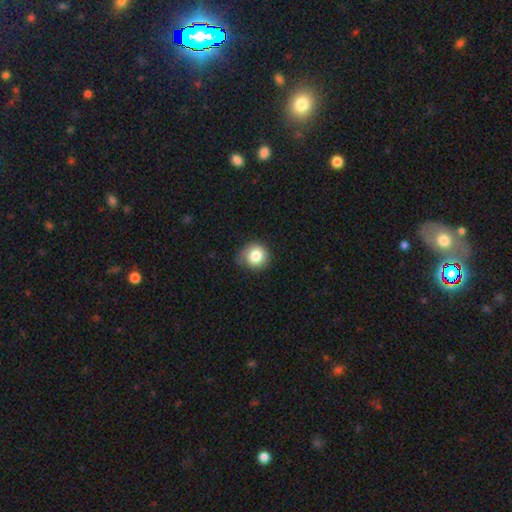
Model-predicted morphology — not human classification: The model was most divided on "merging": none: 68%, minor disturbance: 25%, major disturbance: 6%, merger: 1%. More confident: how rounded — round (90%); smooth or featured — smooth (82%).